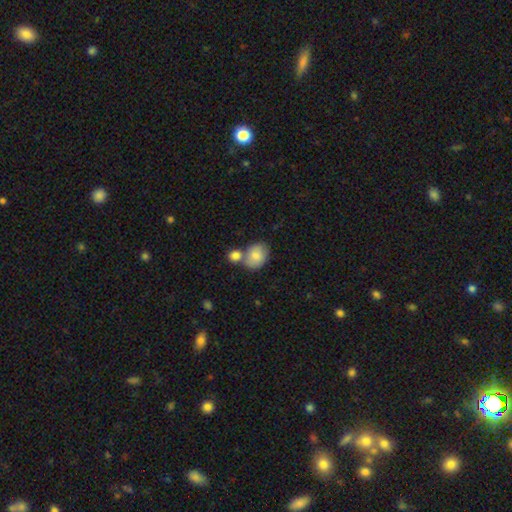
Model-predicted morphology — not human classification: Smooth or featured? Predicted: smooth (p=0.80). How rounded? Predicted: in between (p=0.55). Merging? Predicted: none (p=0.45).